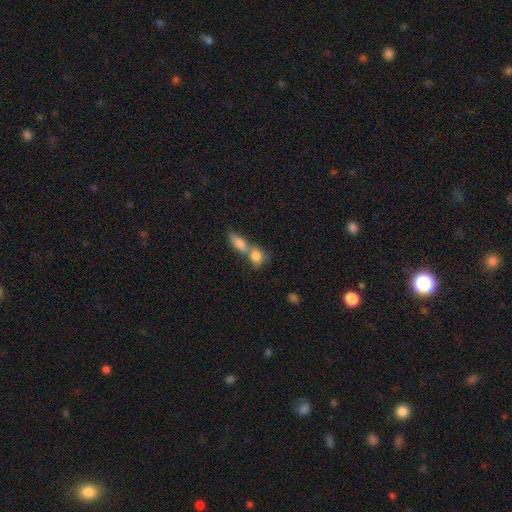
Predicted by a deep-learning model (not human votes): smooth_or_featured: smooth (p=0.80) [alt: featured or disk p=0.12]
how_rounded: in between (p=0.59) [alt: round p=0.34]
merging: merger (p=0.63) [alt: none p=0.26]